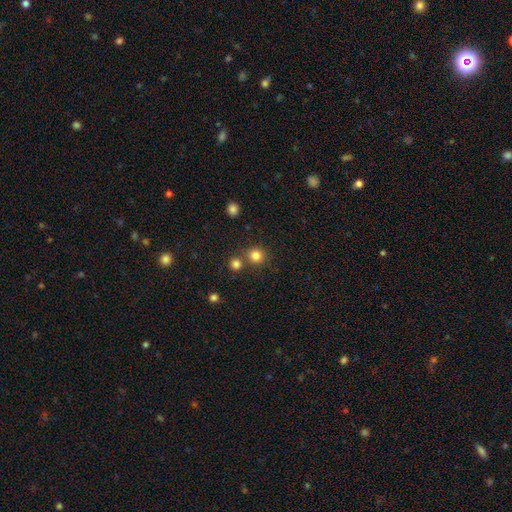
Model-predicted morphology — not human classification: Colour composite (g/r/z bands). It shows a smooth galaxy with no disk features (82%) that is round (91%). Merging: none (74%).